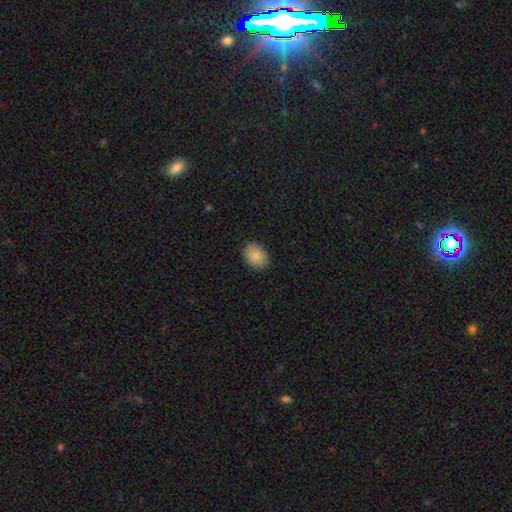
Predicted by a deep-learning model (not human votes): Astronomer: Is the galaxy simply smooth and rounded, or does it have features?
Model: smooth — 88%.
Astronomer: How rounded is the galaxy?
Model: in between — 66%.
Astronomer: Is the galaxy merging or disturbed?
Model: none — 88%.